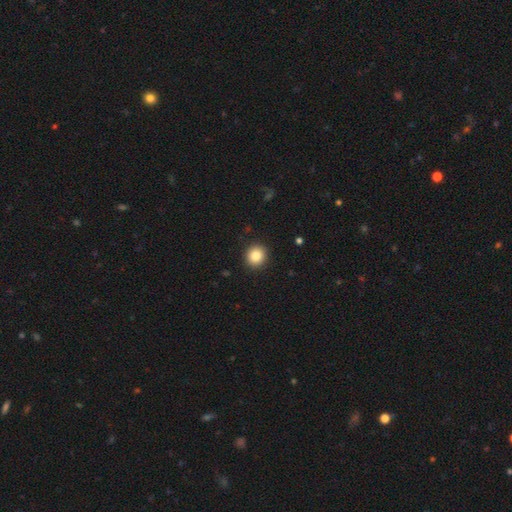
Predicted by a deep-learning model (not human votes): Smooth or featured? Predicted: smooth (p=0.84). How rounded? Predicted: round (p=0.87). Merging? Predicted: none (p=0.92).